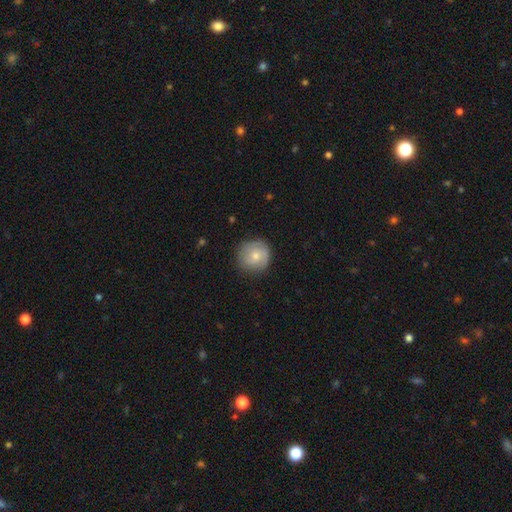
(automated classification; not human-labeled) Smooth or featured: smooth — 56% (featured or disk — 38%)
How rounded: round — 92% (in between — 7%)
Merging: none — 79% (minor disturbance — 16%)